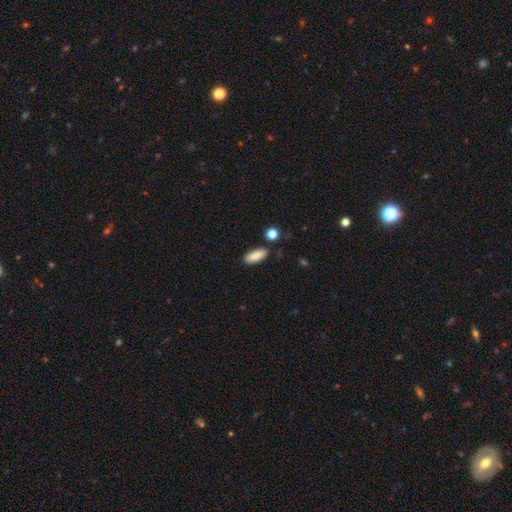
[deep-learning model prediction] This appears to be a smooth galaxy with no disk features (86%) that is in between round and cigar-shaped (73%). Merging: none (86%).